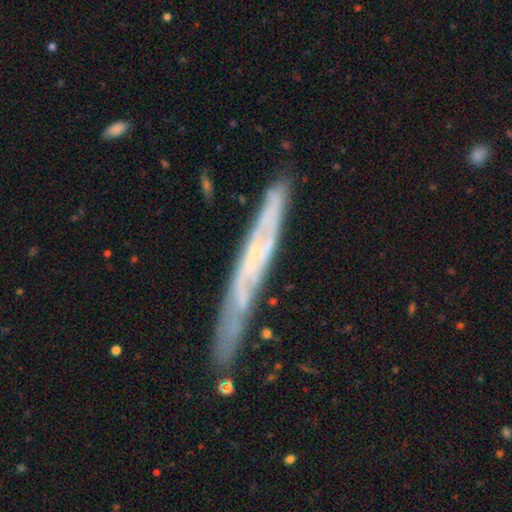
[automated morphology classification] A featured or disk galaxy (70%) viewed edge-on (77%) with no central bulge (75%).

Vote fractions:
- Smooth or featured? featured or disk: 70% / smooth: 21% / star or artifact: 9%
- Edge-on disk? yes: 77% / no: 23%
- Edge-on bulge? none: 75% / rounded: 21% / boxy: 5%
- Merging? none: 80% / minor disturbance: 15% / major disturbance: 3% / merger: 2%